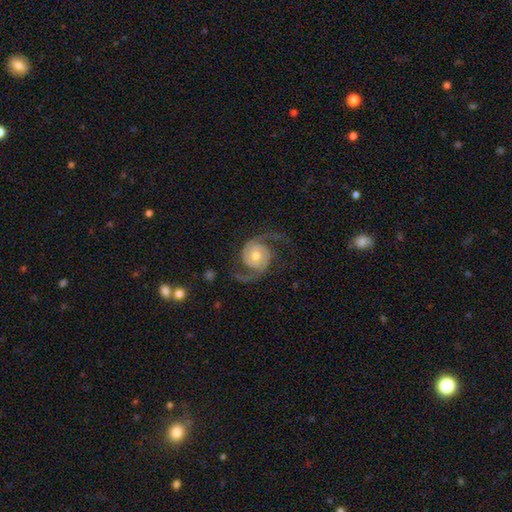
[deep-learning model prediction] The model was most divided on "spiral winding": medium: 46%, loose: 33%, tight: 21%. More confident: spiral arms — yes (98%); edge-on disk — no (98%); spiral arm count — 2 (93%); smooth or featured — featured or disk (91%); merging — none (74%); bar — no (70%); bulge size — moderate (65%).